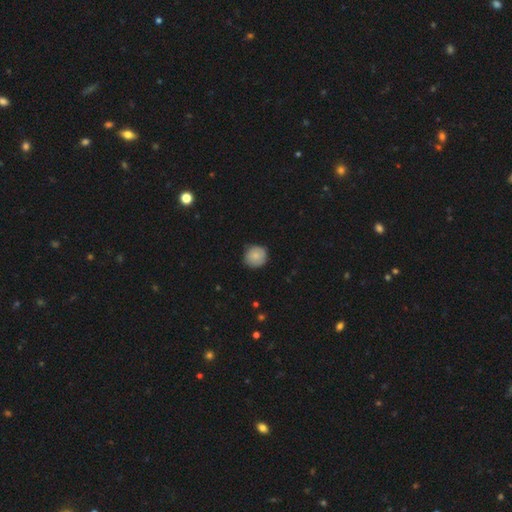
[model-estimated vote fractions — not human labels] smooth-or-featured: smooth: 81% | featured or disk: 12% | star or artifact: 7%
  how-rounded: round: 89% | in between: 11% | cigar-shaped: 1%
  merging: none: 82% | minor disturbance: 15% | major disturbance: 2% | merger: 1%